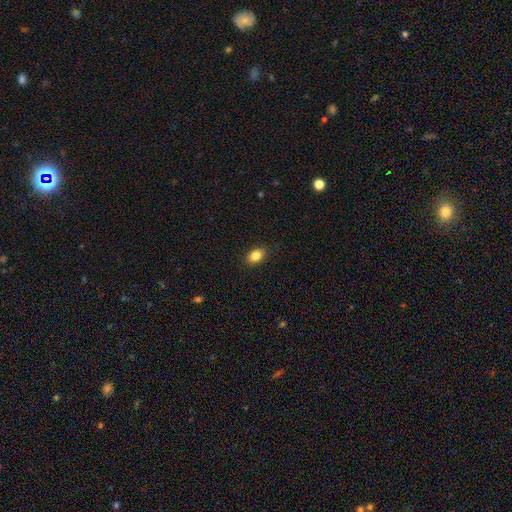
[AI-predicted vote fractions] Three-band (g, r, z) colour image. It shows a smooth galaxy with no disk features (85%) that is in between round and cigar-shaped (80%). Merging: none (89%).